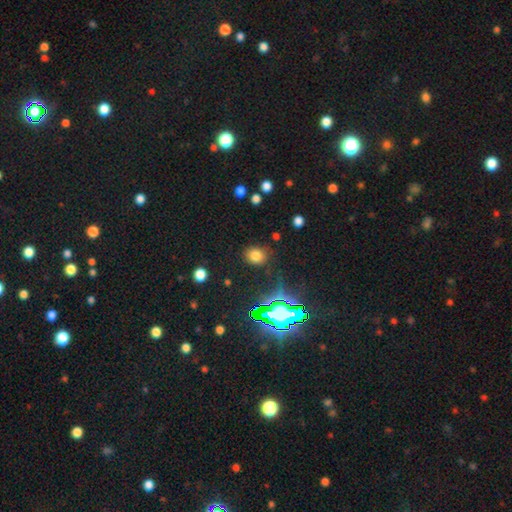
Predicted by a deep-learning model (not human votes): Overall: smooth (72%). How rounded: round (66%; in between 32%). Merging: none (82%).